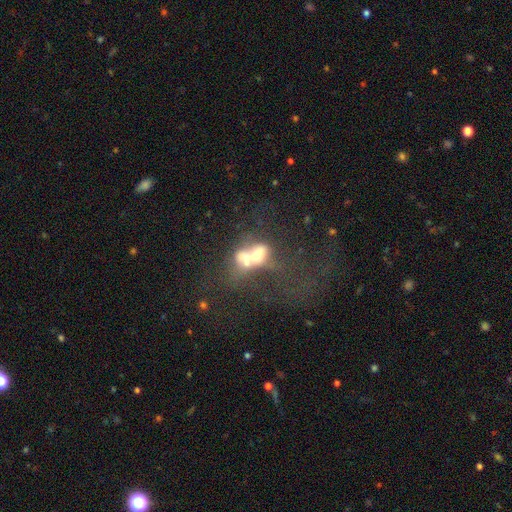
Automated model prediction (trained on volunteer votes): Overall: featured or disk (44%; smooth 41%). Merging: merger (70%).